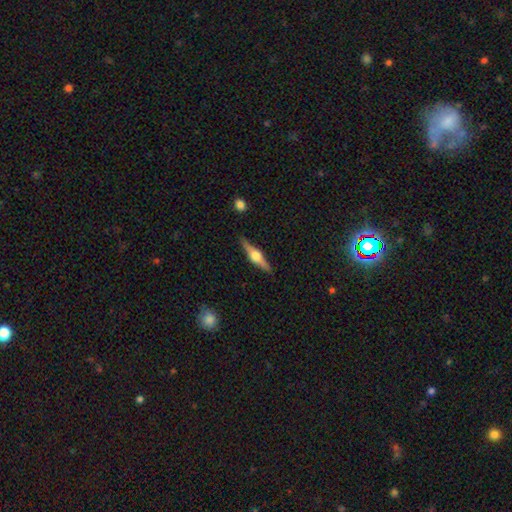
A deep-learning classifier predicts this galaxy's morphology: This is likely a featured or disk galaxy (76%). It is clearly viewed edge-on (98%). Edge-on bulge: clearly rounded (93%). Merging: clearly none (89%).